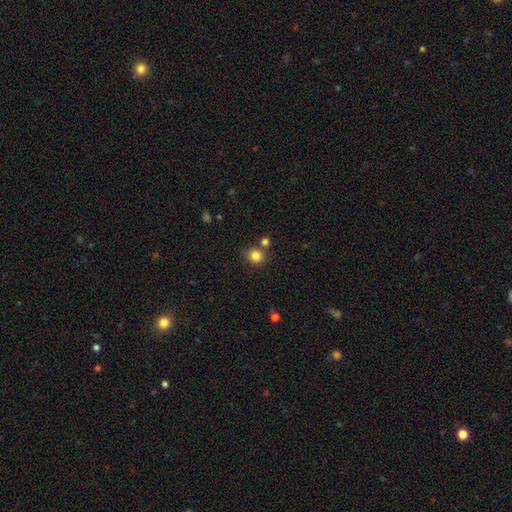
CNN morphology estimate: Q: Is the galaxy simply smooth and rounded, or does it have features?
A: smooth — 84%.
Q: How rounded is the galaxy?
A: round — 82%.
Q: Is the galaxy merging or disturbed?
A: none — 76%.